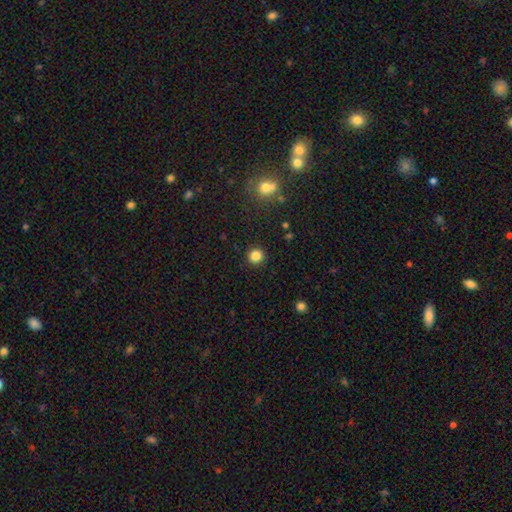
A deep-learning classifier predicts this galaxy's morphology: Q: Smooth or featured?
A: smooth (84%); runner-up: star or artifact (12%)
Q: How rounded?
A: round (94%); runner-up: in between (5%)
Q: Merging?
A: none (92%); runner-up: minor disturbance (5%)